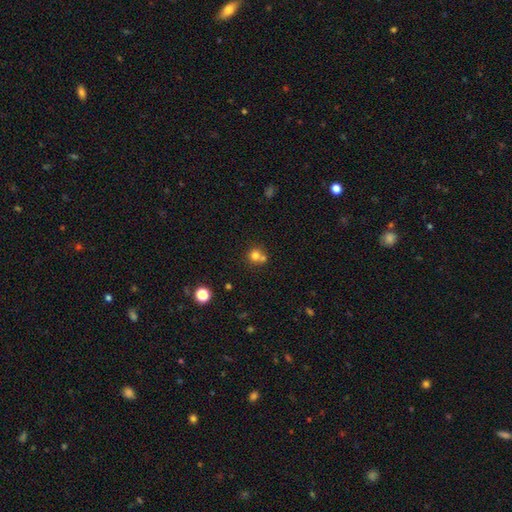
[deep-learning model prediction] A smooth galaxy with no disk features (75%) that is round (87%). Merging: none (48%).